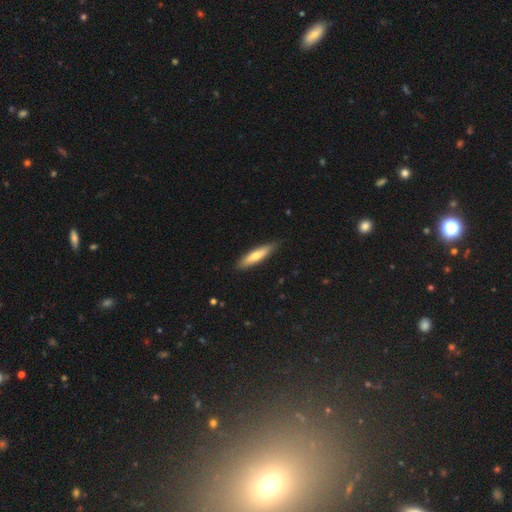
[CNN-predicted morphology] Q: Smooth or featured?
A: smooth (66%); runner-up: featured or disk (29%)
Q: How rounded?
A: cigar-shaped (78%); runner-up: in between (20%)
Q: Merging?
A: none (87%); runner-up: minor disturbance (10%)